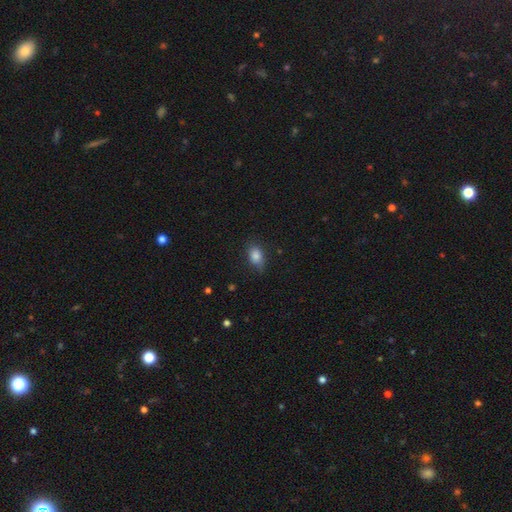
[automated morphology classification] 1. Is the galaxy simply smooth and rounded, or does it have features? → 84% smooth, 9% star or artifact, 7% featured or disk.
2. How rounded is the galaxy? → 78% in between, 20% round, 3% cigar-shaped.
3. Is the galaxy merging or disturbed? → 74% none, 21% minor disturbance, 4% major disturbance, 1% merger.